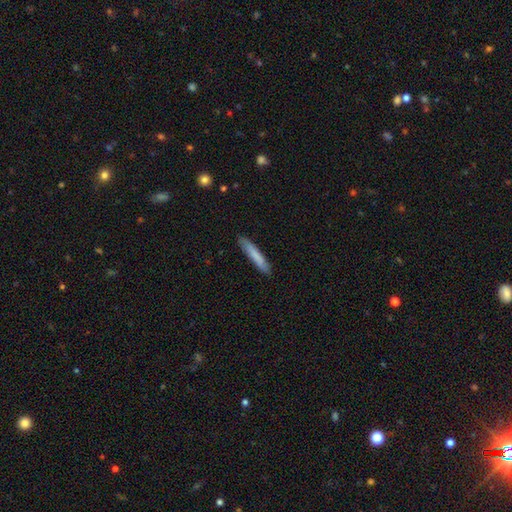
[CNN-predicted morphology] This is likely a smooth galaxy (78%). How rounded: clearly cigar-shaped (93%). Merging: clearly none (88%).